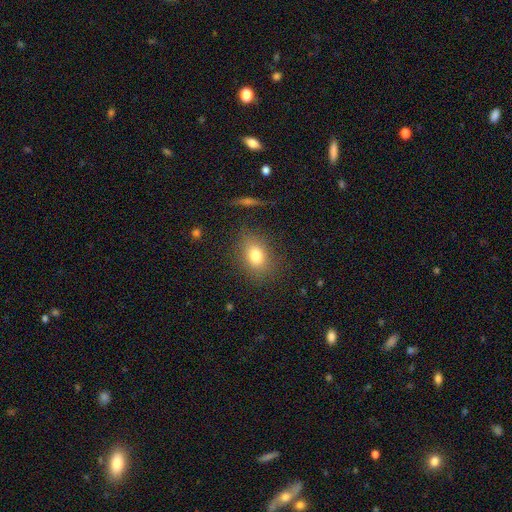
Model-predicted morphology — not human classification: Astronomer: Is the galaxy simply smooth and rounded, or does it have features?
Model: smooth — 78%.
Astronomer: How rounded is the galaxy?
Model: in between — 70%.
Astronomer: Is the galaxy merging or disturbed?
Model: none — 81%.